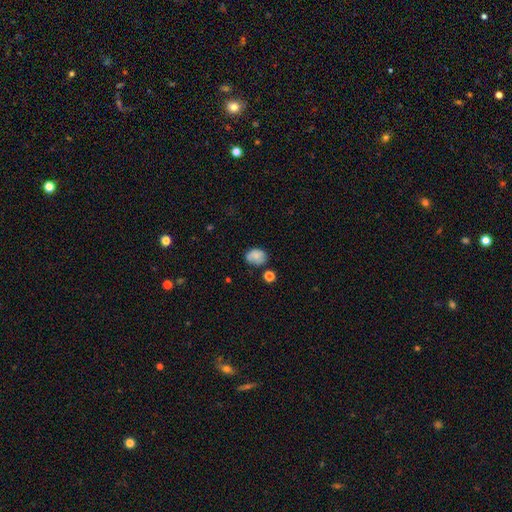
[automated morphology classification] type=smooth (78%); roundness=in between (64%); merging=none (60%).